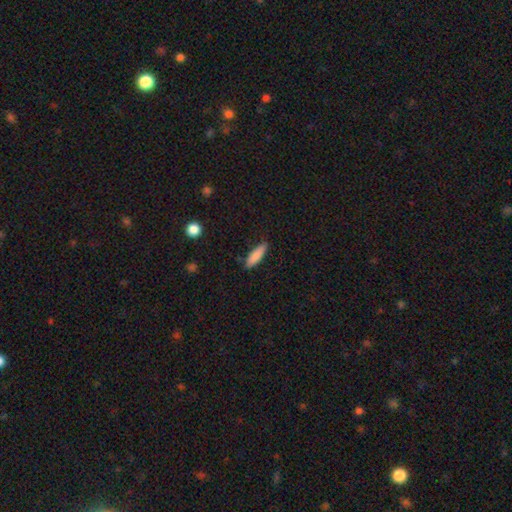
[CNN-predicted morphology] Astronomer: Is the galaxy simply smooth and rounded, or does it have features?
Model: smooth — 84%.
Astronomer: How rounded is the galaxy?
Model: cigar-shaped — 65%.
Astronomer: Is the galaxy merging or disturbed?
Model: none — 86%.